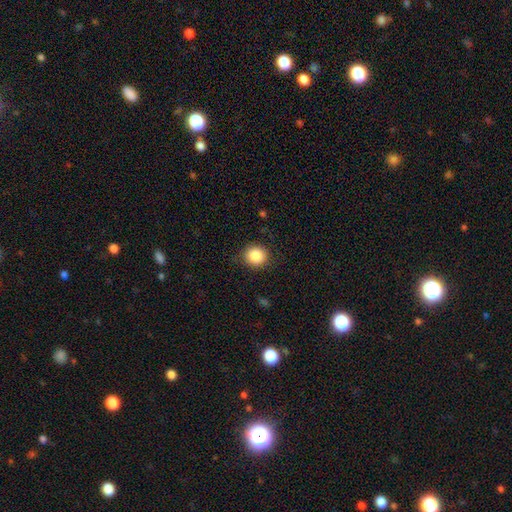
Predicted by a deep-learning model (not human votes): This is clearly a smooth galaxy (87%). How rounded: clearly round (87%). Merging: clearly none (87%).